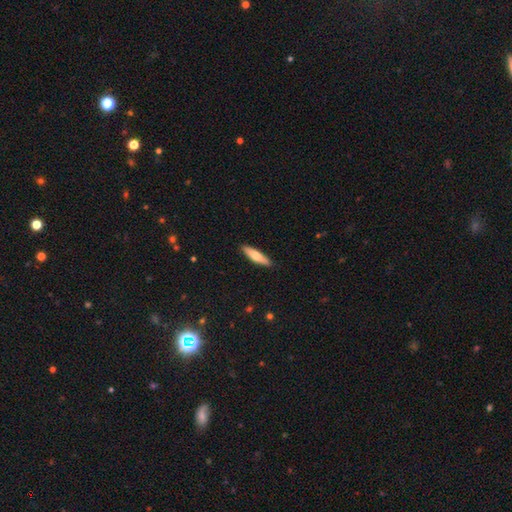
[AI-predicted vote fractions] smooth-or-featured: smooth: 60% | featured or disk: 34% | star or artifact: 5%
  how-rounded: cigar-shaped: 77% | in between: 21% | round: 2%
  merging: none: 90% | minor disturbance: 7% | major disturbance: 1% | merger: 1%